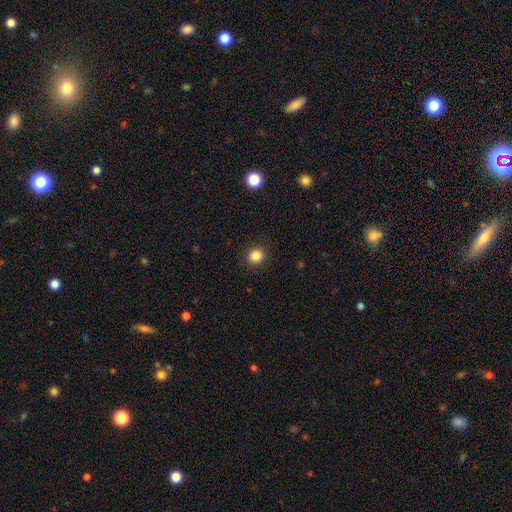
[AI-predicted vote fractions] Overall: smooth (85%). How rounded: round (83%). Merging: none (91%).